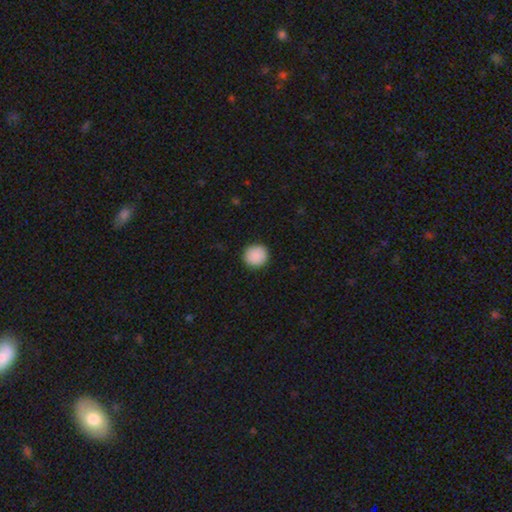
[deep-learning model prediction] Smooth or featured?
  - smooth: 90% *
  - star or artifact: 7%
  - featured or disk: 3%
How rounded?
  - round: 94% *
  - in between: 5%
  - cigar-shaped: 1%
Merging?
  - none: 92% *
  - minor disturbance: 6%
  - major disturbance: 2%
  - merger: 1%